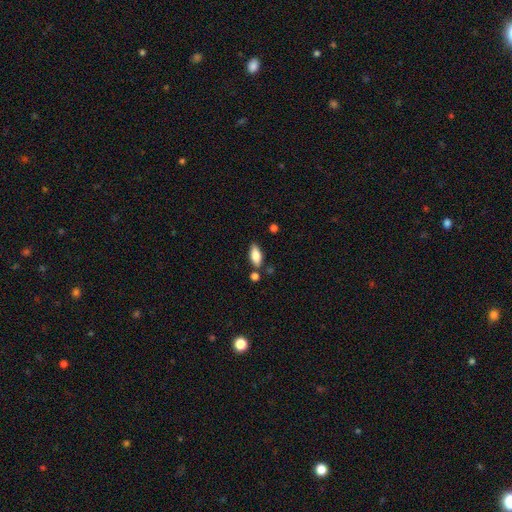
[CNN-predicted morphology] smooth 80%, featured or disk 13%, star or artifact 7%. Down the decision tree: how rounded — in between (83%); merging — none (75%).